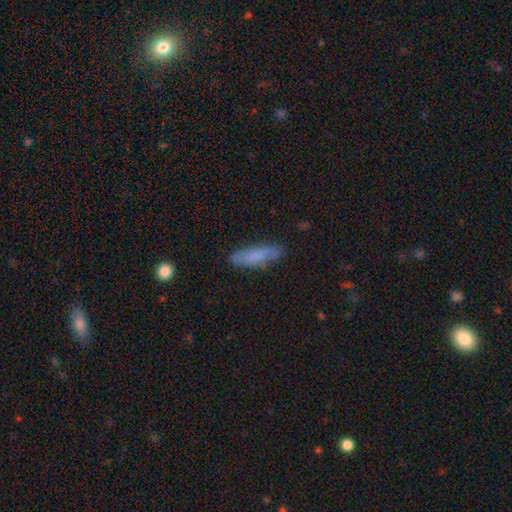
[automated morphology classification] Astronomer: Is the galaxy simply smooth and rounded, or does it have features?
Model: smooth — 75%.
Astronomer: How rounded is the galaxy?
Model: cigar-shaped — 69%.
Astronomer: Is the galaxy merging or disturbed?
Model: none — 82%.